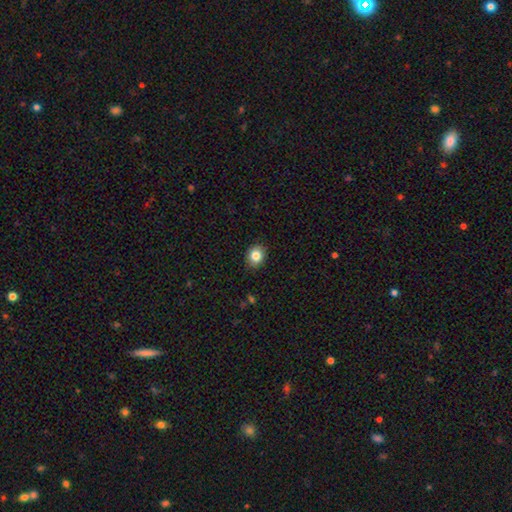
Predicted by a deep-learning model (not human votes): A smooth galaxy with no disk features (83%) that is round (66%). Merging: none (90%).